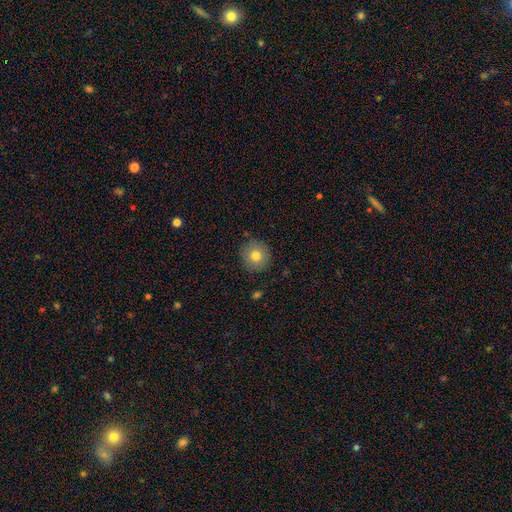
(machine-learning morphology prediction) The model was most divided on "smooth or featured": smooth: 78%, featured or disk: 12%, star or artifact: 10%. More confident: how rounded — round (93%); merging — none (86%).